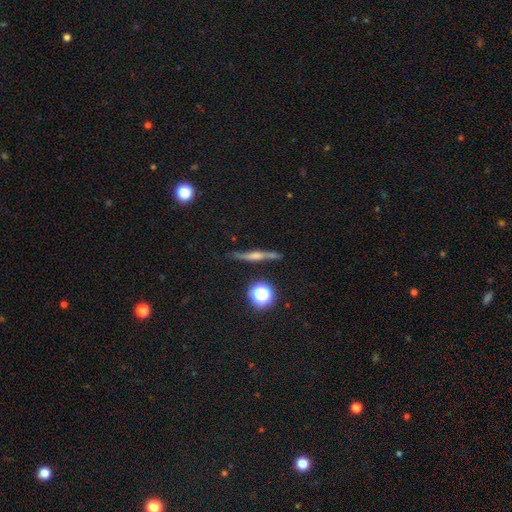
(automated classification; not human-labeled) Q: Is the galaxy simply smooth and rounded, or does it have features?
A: featured or disk — 65%.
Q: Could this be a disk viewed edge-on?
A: yes — 90%.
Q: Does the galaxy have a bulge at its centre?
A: rounded — 64%.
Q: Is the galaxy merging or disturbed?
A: none — 79%.